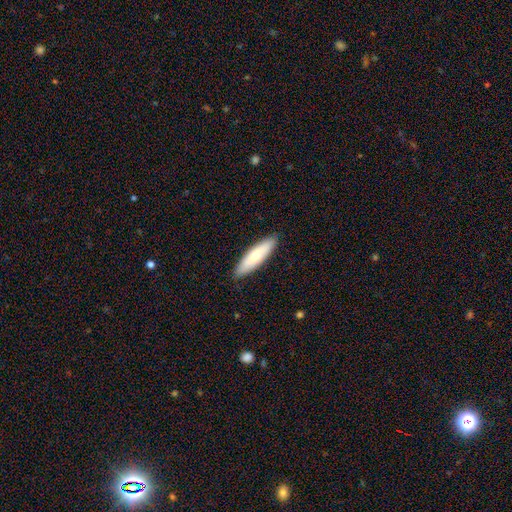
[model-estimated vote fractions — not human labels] Overall: smooth (67%; featured or disk 28%). How rounded: cigar-shaped (64%; in between 34%). Merging: none (88%).